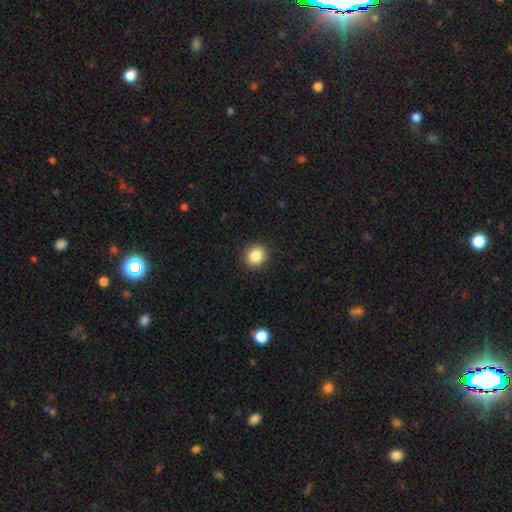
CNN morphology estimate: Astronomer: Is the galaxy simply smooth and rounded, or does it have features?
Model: smooth — 86%.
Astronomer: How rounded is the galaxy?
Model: round — 87%.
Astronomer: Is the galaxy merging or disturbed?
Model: none — 91%.